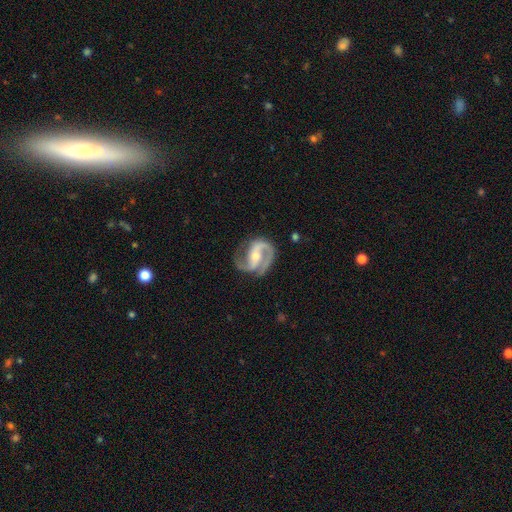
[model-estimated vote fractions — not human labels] This appears to be a featured or disk galaxy (92%) with a strong bar (40%), 2 (89%) medium (59%) spiral arms (98%) and a moderate central bulge (49%). Merging: none (74%).